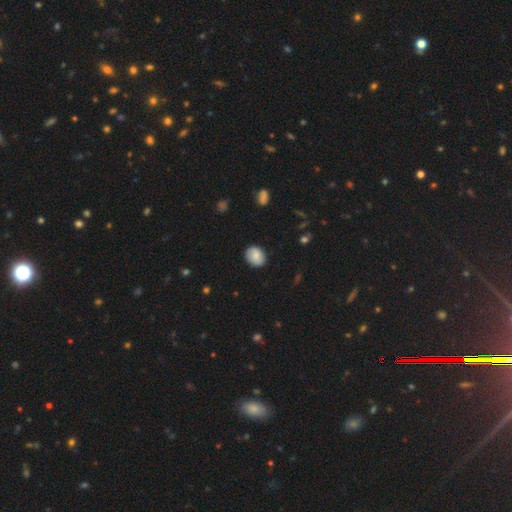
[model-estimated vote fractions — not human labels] A smooth galaxy with no disk features (84%) that is in between round and cigar-shaped (50%). Merging: none (85%).